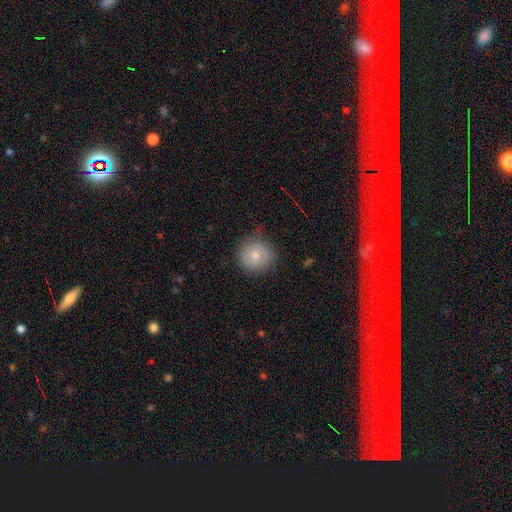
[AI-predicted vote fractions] Smooth or featured? Predicted: smooth (p=0.76). How rounded? Predicted: round (p=0.93). Merging? Predicted: none (p=0.74).